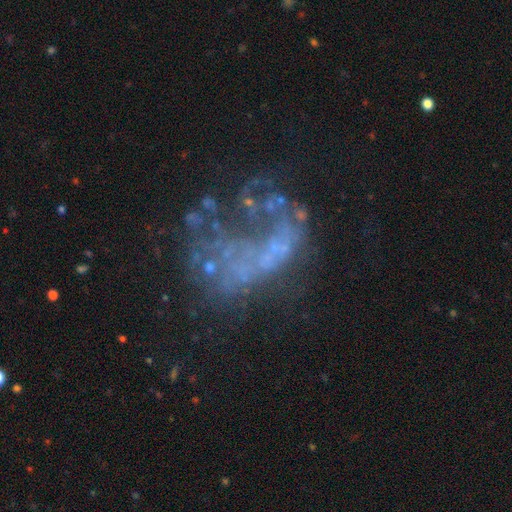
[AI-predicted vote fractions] Q: Smooth or featured?
A: featured or disk (62%); runner-up: star or artifact (24%)
Q: Edge-on disk?
A: no (98%); runner-up: yes (2%)
Q: Bar?
A: no (94%); runner-up: weak (4%)
Q: Spiral arms?
A: no (93%); runner-up: yes (7%)
Q: Bulge size?
A: none (86%); runner-up: small (7%)
Q: Merging?
A: major disturbance (38%); runner-up: none (35%)